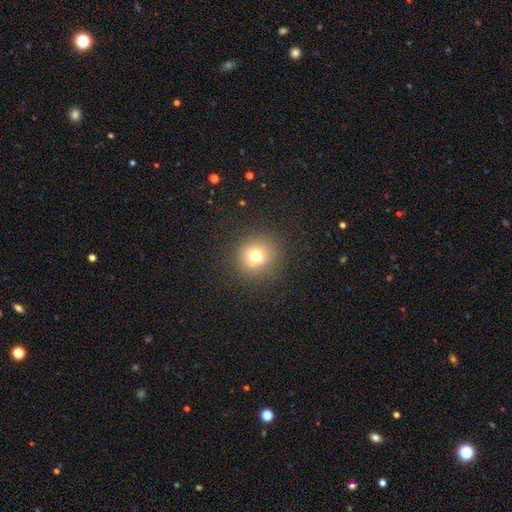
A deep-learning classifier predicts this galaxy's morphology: Smooth or featured? Predicted: smooth (p=0.72). How rounded? Predicted: round (p=0.92). Merging? Predicted: none (p=0.86).